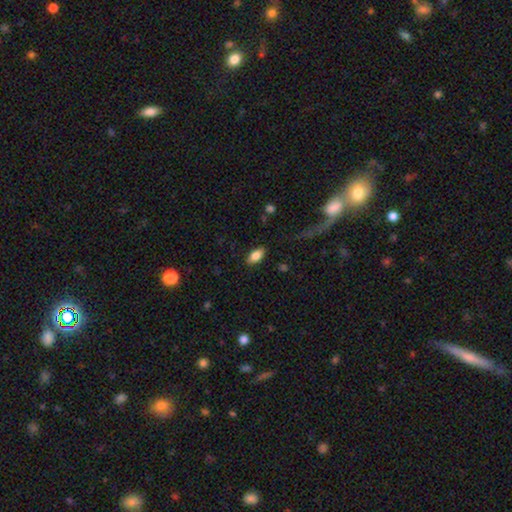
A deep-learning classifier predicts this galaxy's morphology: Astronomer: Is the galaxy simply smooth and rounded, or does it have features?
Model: smooth — 79%.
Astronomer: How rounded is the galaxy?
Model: in between — 90%.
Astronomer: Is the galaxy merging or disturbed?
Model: none — 86%.